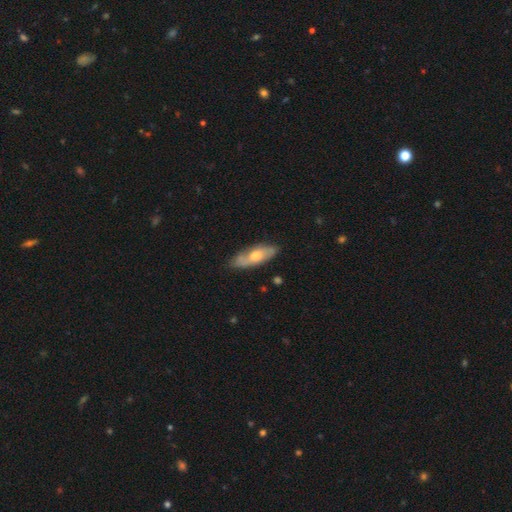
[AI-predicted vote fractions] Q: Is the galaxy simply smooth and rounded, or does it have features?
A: featured or disk — 47%, tied with smooth.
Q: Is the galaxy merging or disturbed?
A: none — 79%.